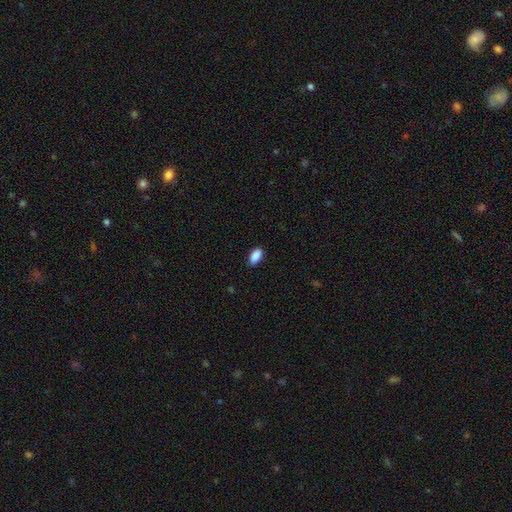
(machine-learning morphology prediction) Smooth or featured: smooth — 90% (star or artifact — 7%)
How rounded: in between — 93% (round — 4%)
Merging: none — 86% (minor disturbance — 11%)